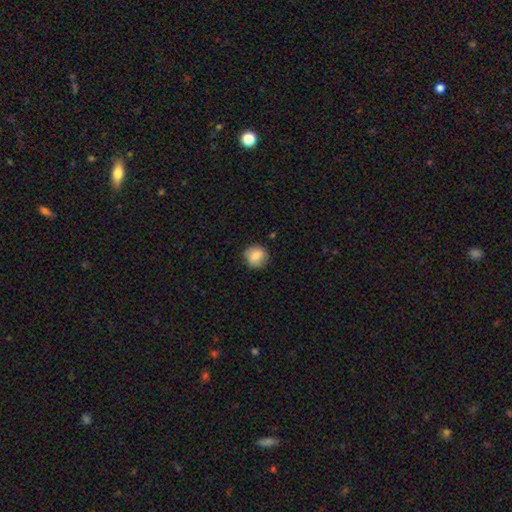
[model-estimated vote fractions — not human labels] Smooth or featured? smooth (82%)
How rounded? round (89%)
Merging? none (82%)